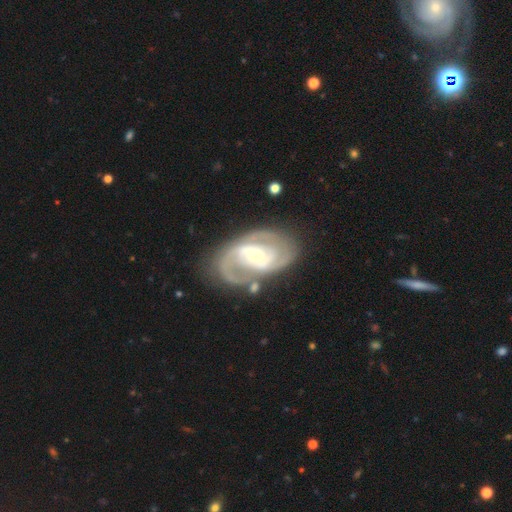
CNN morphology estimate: This is clearly a featured or disk galaxy (87%). It is clearly not viewed edge-on (96%). Bar: marginally weak (40%). Spiral arm pattern: clearly yes (94%). Spiral arm count: likely 2 (71%). Spiral winding: marginally medium (45%). Central bulge: possibly moderate (52%). Merging: likely none (69%).